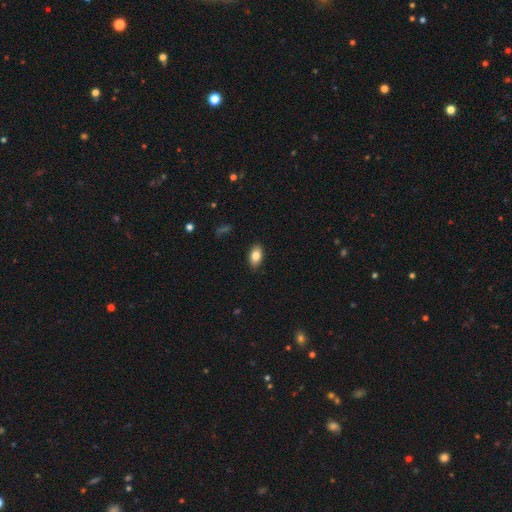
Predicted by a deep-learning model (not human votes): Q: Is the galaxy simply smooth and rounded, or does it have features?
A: smooth — 83%.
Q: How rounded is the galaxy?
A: in between — 91%.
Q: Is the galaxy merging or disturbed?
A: none — 88%.